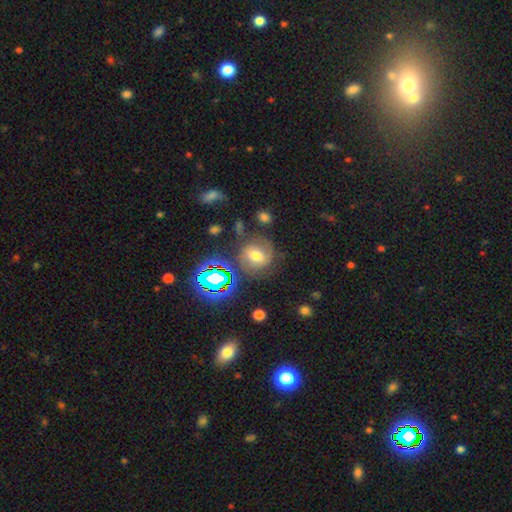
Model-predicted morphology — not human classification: The model was most divided on "smooth or featured": smooth: 46%, featured or disk: 30%, star or artifact: 24%. More confident: merging — none (67%).